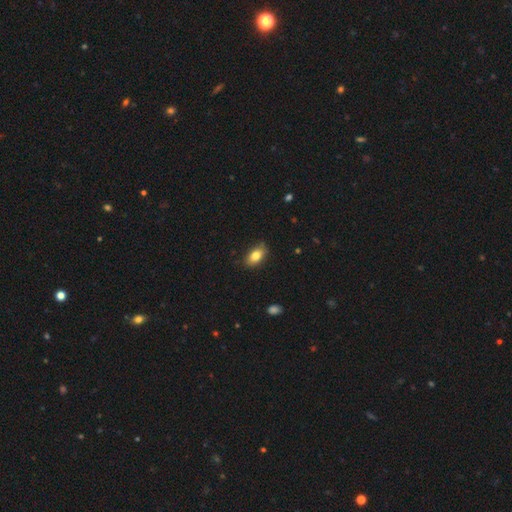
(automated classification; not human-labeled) Morphology: type=smooth (82%); roundness=in between (90%); merging=none (80%).